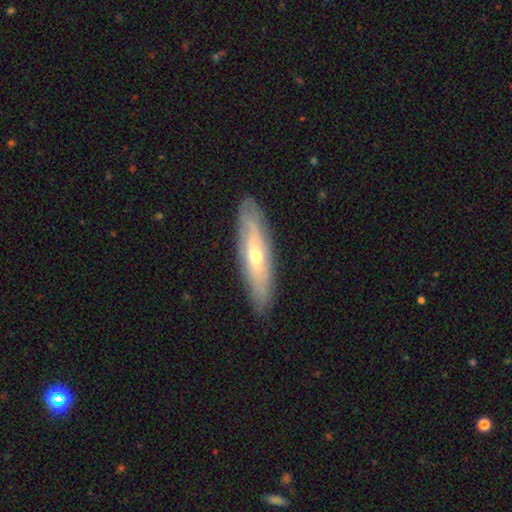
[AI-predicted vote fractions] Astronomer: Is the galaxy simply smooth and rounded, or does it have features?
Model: featured or disk — 60%.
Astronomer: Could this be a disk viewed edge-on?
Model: yes — 53% (runner-up: no, 47%).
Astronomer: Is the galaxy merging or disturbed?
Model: none — 86%.